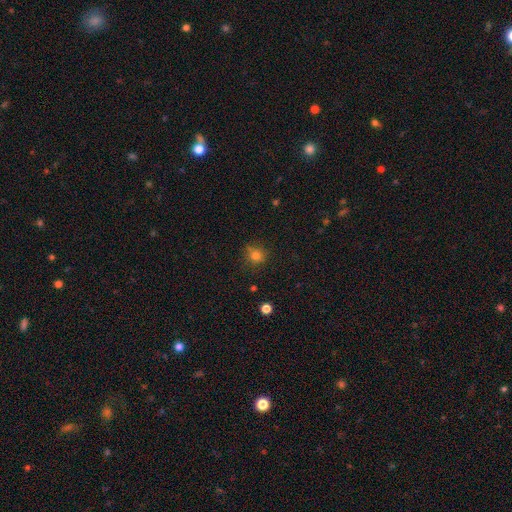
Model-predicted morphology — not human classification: smooth 78%, star or artifact 15%, featured or disk 7%. Down the decision tree: how rounded — round (88%); merging — none (77%).